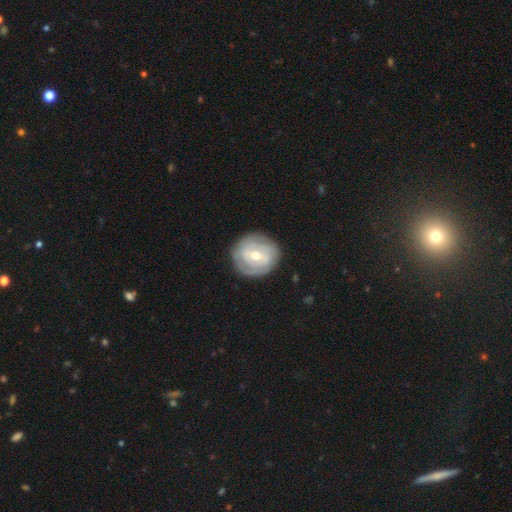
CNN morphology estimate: Overall: featured or disk (71%). Edge-on disk: no (97%). Bar: weak (43%; no 42%). Spiral arms: yes (82%). Spiral arm count: can't tell (39%; 2 31%). Spiral winding: tight (70%). Bulge size: moderate (57%; small 39%). Merging: none (83%).